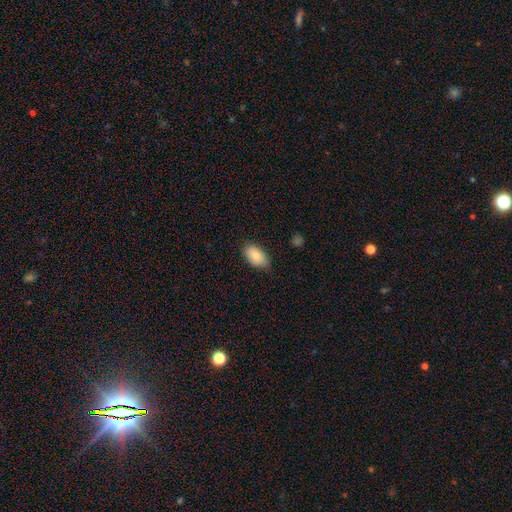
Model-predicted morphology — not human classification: This appears to be a smooth galaxy with no disk features (82%) that is in between round and cigar-shaped (92%). Merging: none (77%).